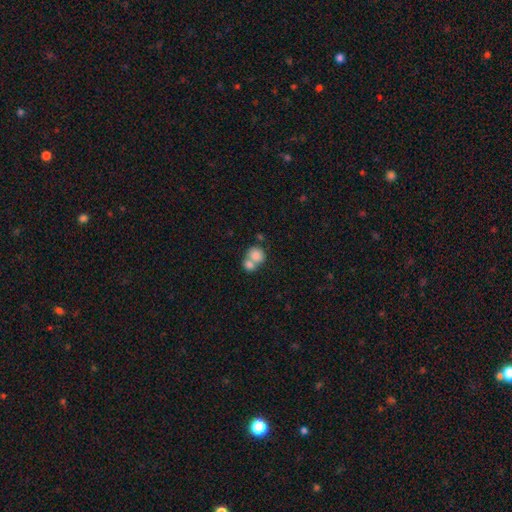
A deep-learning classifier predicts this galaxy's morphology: smooth 80%, featured or disk 12%, star or artifact 8%. Down the decision tree: how rounded — round (72%); merging — merger (63%).